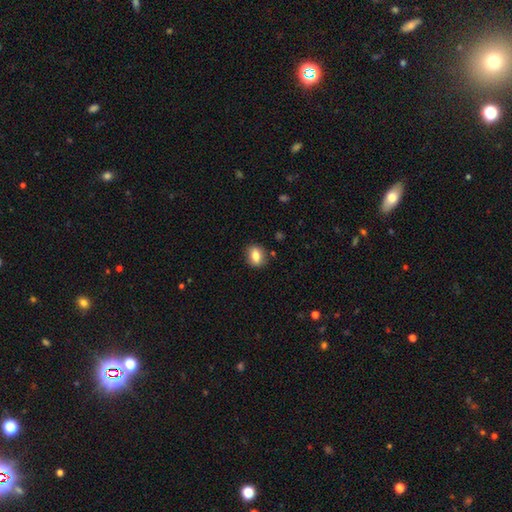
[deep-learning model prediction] Morphology: type=smooth (80%); roundness=in between (59%); merging=none (85%).